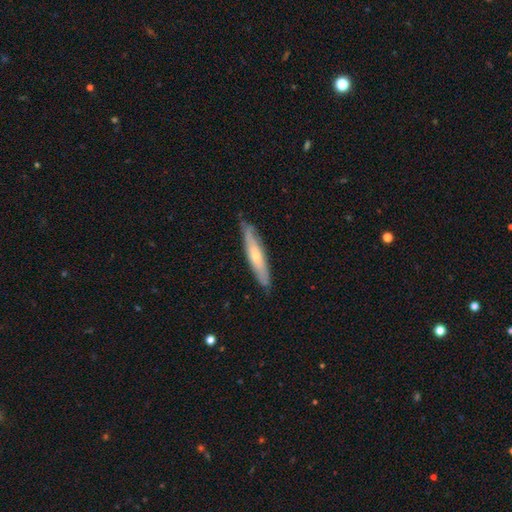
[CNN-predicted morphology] Smooth or featured: featured or disk — 52% (smooth — 42%)
Edge-on disk: yes — 73% (no — 27%)
Merging: none — 81% (minor disturbance — 16%)